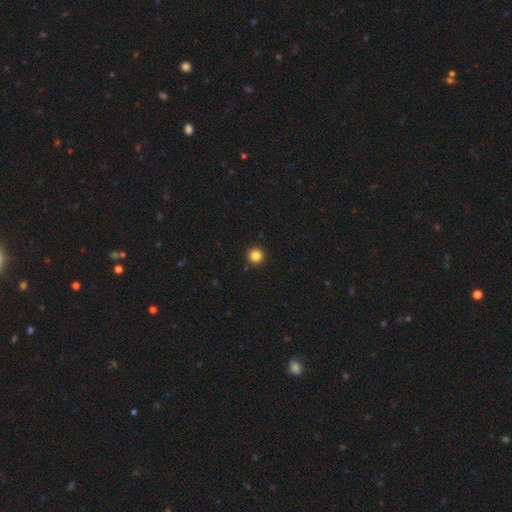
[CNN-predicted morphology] A smooth galaxy with no disk features (84%) that is round (96%).

Vote fractions:
- Smooth or featured? smooth: 84% / star or artifact: 12% / featured or disk: 4%
- How rounded? round: 96% / in between: 3% / cigar-shaped: 1%
- Merging? none: 93% / minor disturbance: 4% / major disturbance: 1% / merger: 1%